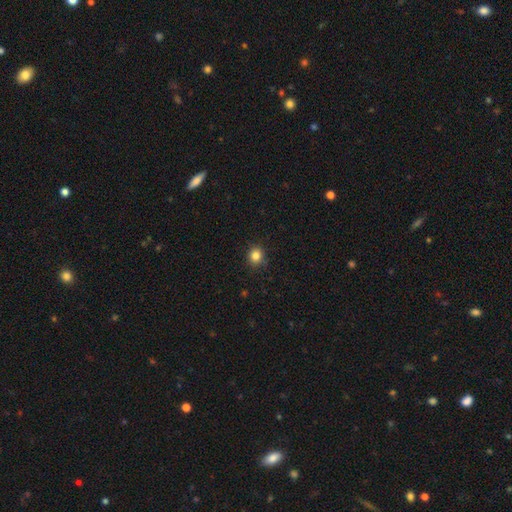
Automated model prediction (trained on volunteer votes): smooth 84%, star or artifact 12%, featured or disk 4%. Down the decision tree: how rounded — round (86%); merging — none (88%).